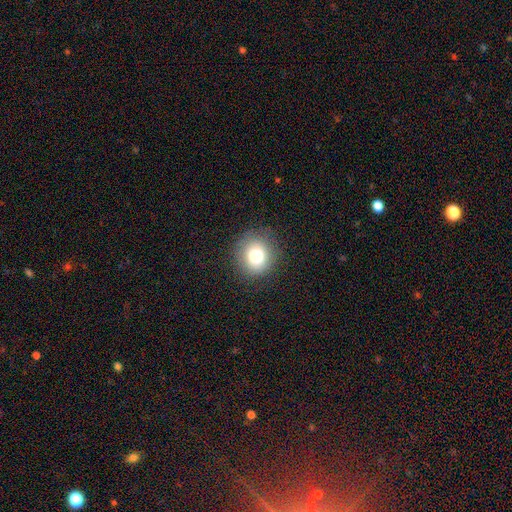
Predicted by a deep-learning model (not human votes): This is likely a smooth galaxy (78%). How rounded: clearly round (83%). Merging: clearly none (85%).